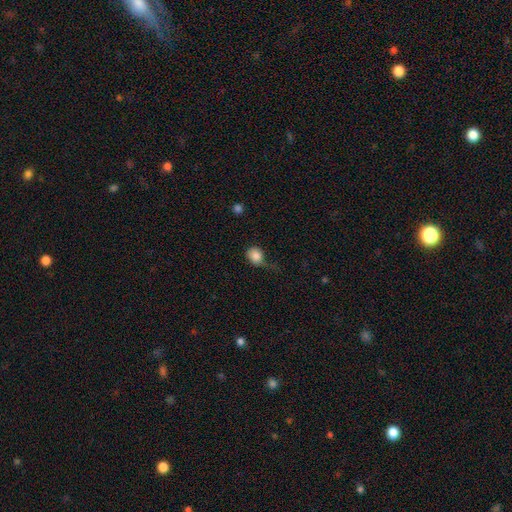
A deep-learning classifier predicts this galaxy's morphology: smooth 85%, star or artifact 9%, featured or disk 7%. Down the decision tree: how rounded — round (62%); merging — none (40%).